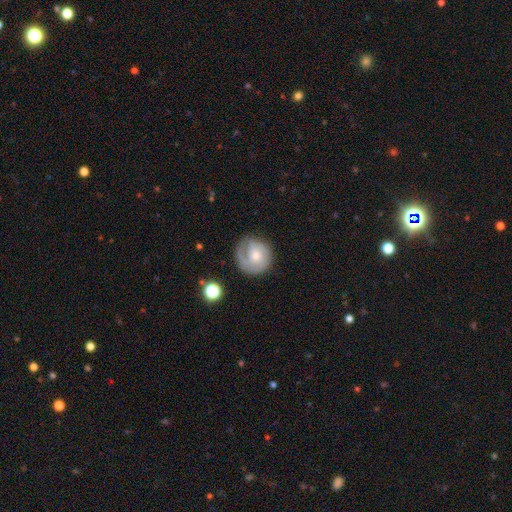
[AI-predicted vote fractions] smooth_or_featured: featured or disk (p=0.50) [alt: smooth p=0.42]
disk_edge_on: no (p=0.97) [alt: yes p=0.03]
merging: none (p=0.63) [alt: minor disturbance p=0.22]